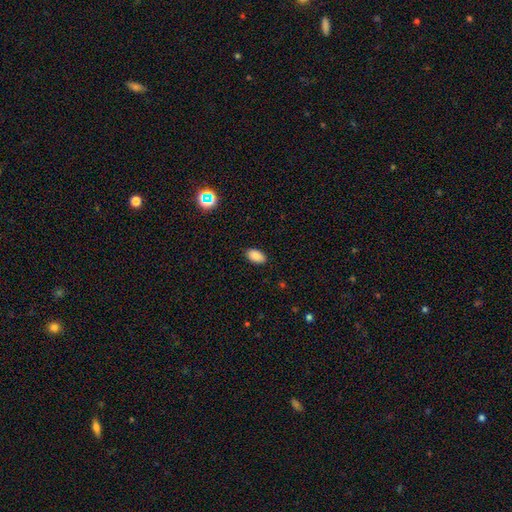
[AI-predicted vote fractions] This appears to be a smooth galaxy with no disk features (87%) that is in between round and cigar-shaped (94%). Merging: none (88%).